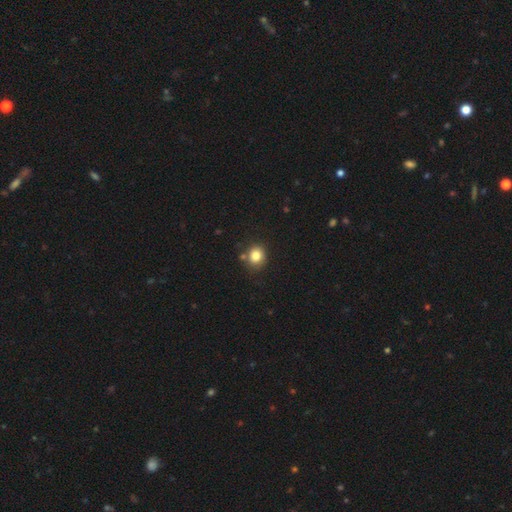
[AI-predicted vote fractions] Q: Smooth or featured?
A: smooth (83%); runner-up: star or artifact (11%)
Q: How rounded?
A: round (72%); runner-up: in between (27%)
Q: Merging?
A: none (76%); runner-up: minor disturbance (12%)